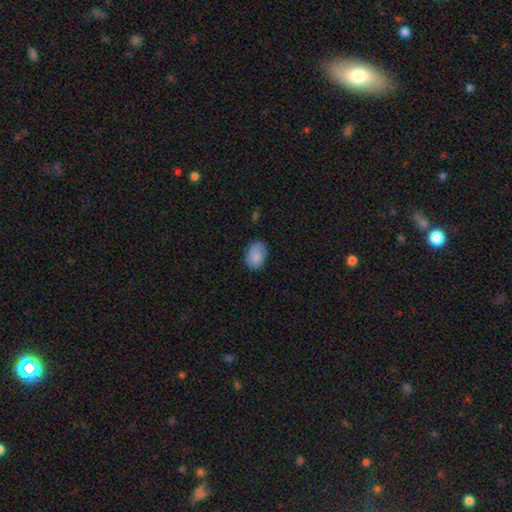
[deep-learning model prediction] Morphology: type=smooth (85%); roundness=in between (76%); merging=none (76%).